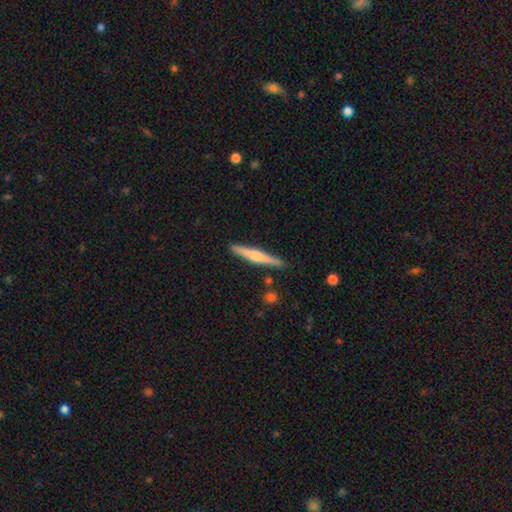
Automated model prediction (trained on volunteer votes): smooth_or_featured: featured or disk (p=0.53) [alt: smooth p=0.41]
disk_edge_on: yes (p=0.98) [alt: no p=0.02]
edge_on_bulge: rounded (p=0.70) [alt: none p=0.16]
merging: none (p=0.89) [alt: minor disturbance p=0.08]